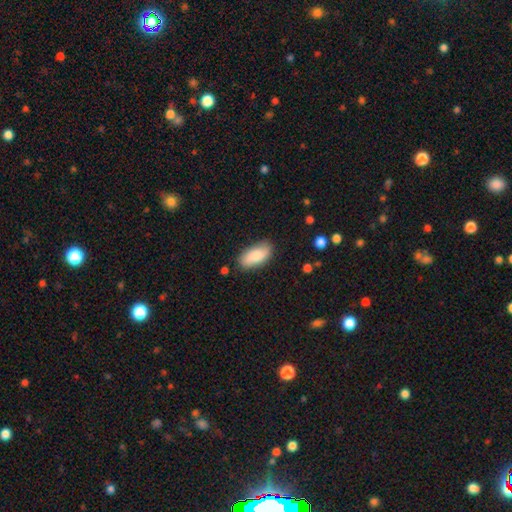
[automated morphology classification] Smooth or featured?
  - smooth: 79% *
  - featured or disk: 15%
  - star or artifact: 6%
How rounded?
  - in between: 91% *
  - cigar-shaped: 7%
  - round: 2%
Merging?
  - none: 82% *
  - minor disturbance: 13%
  - major disturbance: 3%
  - merger: 2%